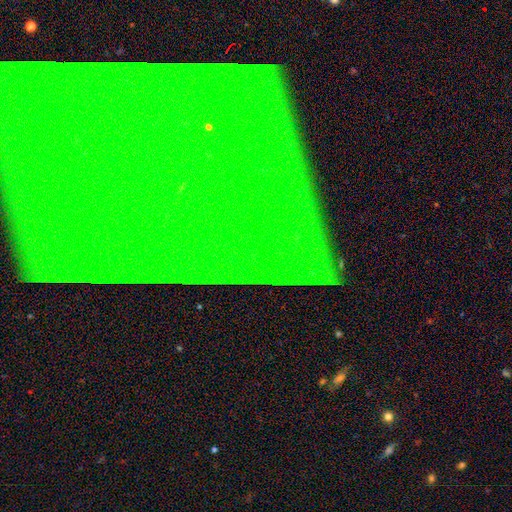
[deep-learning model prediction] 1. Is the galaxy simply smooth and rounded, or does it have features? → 84% star or artifact, 8% featured or disk, 7% smooth.